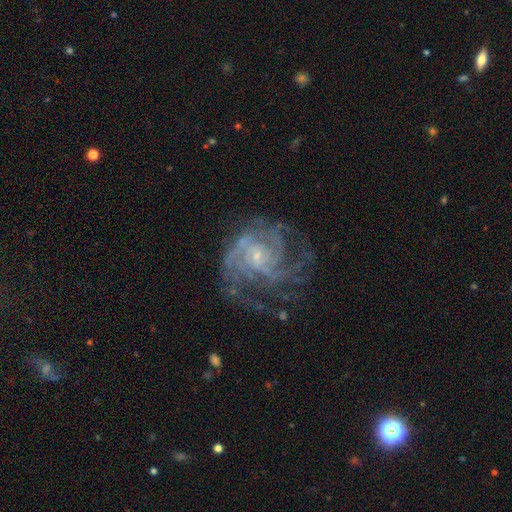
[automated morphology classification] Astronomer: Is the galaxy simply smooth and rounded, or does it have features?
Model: featured or disk — 86%.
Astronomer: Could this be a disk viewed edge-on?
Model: no — 98%.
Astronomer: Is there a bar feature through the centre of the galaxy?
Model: no — 62%.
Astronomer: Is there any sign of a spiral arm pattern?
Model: yes — 95%.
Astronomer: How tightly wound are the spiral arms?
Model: tight — 44%, tied with medium at 44%.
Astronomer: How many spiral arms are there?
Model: can't tell — 27% (runner-up: 3, 23%).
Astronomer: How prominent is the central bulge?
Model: small — 78%.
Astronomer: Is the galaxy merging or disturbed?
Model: none — 60%.